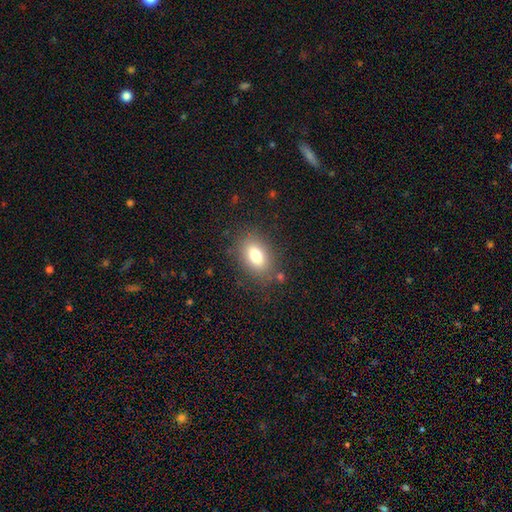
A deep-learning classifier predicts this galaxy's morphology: A smooth galaxy with no disk features (78%) that is in between round and cigar-shaped (83%).

Vote fractions:
- Smooth or featured? smooth: 78% / featured or disk: 12% / star or artifact: 10%
- How rounded? in between: 83% / round: 15% / cigar-shaped: 2%
- Merging? none: 81% / minor disturbance: 12% / major disturbance: 4% / merger: 2%